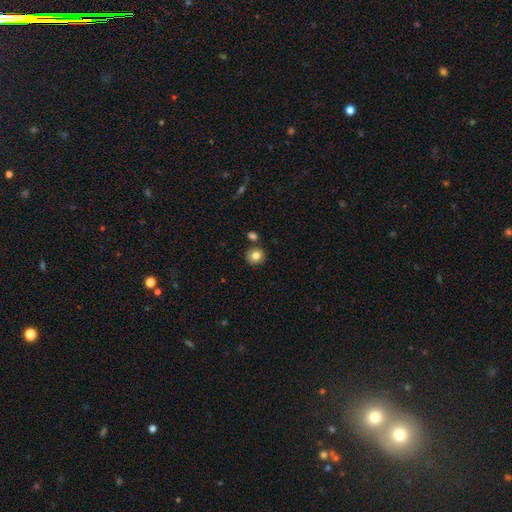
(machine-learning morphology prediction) Overall: smooth (81%). How rounded: round (89%). Merging: none (83%).